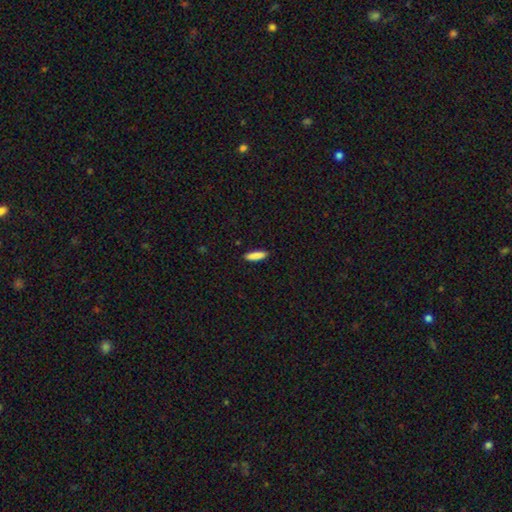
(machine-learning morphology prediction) Q: Smooth or featured?
A: smooth (88%); runner-up: star or artifact (6%)
Q: How rounded?
A: cigar-shaped (68%); runner-up: in between (30%)
Q: Merging?
A: none (90%); runner-up: minor disturbance (8%)